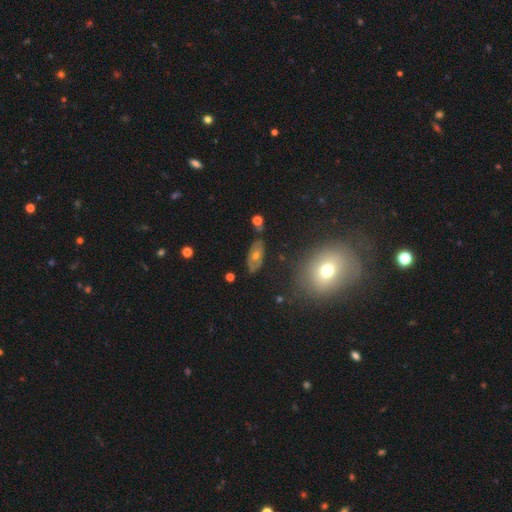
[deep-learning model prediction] This appears to be a featured or disk galaxy (49%). Merging: none (74%).